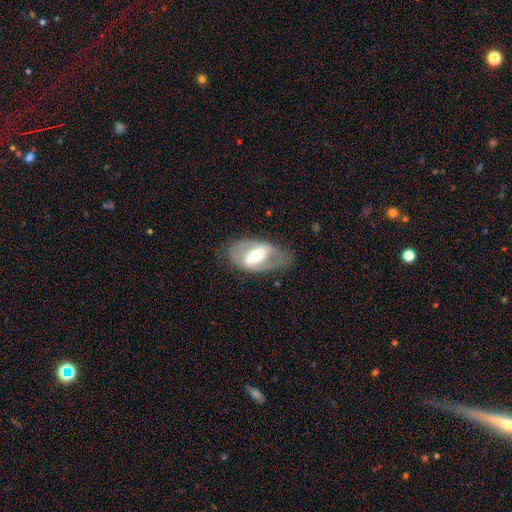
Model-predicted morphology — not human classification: smooth-or-featured: featured or disk: 68% | smooth: 26% | star or artifact: 6%
  disk-edge-on: no: 91% | yes: 9%
    bar: strong: 50% | weak: 33% | no: 17%
    has-spiral-arms: yes: 52% | no: 48%
    bulge-size: moderate: 66% | small: 17% | large: 15% | dominant: 1% | none: 1%
  merging: none: 66% | minor disturbance: 21% | major disturbance: 12% | merger: 1%